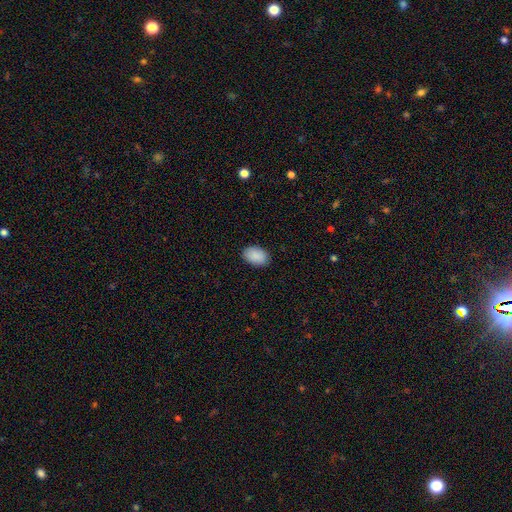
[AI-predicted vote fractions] Q: Smooth or featured?
A: smooth (90%); runner-up: star or artifact (7%)
Q: How rounded?
A: in between (87%); runner-up: round (12%)
Q: Merging?
A: none (89%); runner-up: minor disturbance (8%)